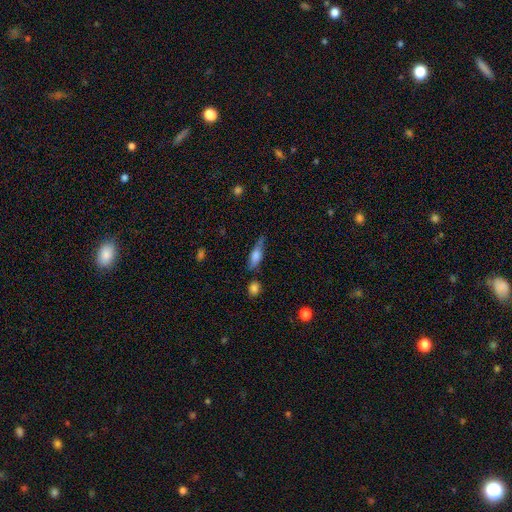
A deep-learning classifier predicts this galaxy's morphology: Smooth or featured?
  - smooth: 65% *
  - featured or disk: 28%
  - star or artifact: 8%
How rounded?
  - in between: 53% *
  - cigar-shaped: 44%
  - round: 3%
Merging?
  - none: 58% *
  - minor disturbance: 28%
  - major disturbance: 8%
  - merger: 6%